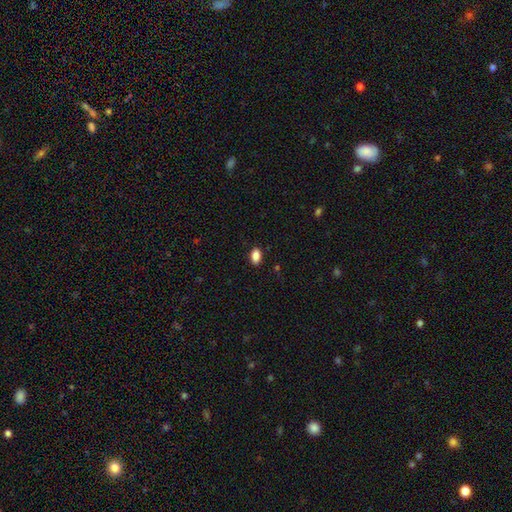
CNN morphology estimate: Smooth or featured? smooth (88%)
How rounded? in between (90%)
Merging? none (88%)